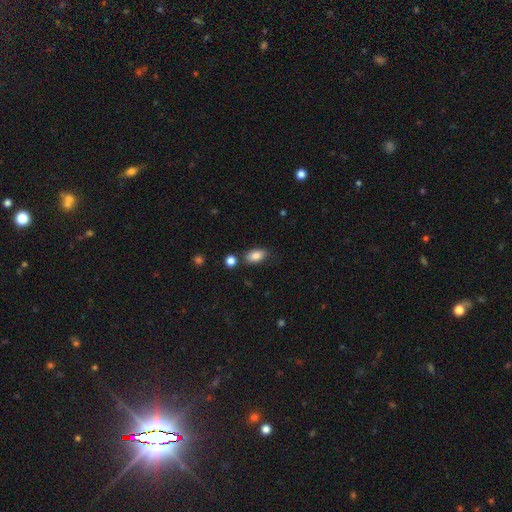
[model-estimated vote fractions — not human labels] smooth_or_featured: smooth (p=0.84) [alt: star or artifact p=0.08]
how_rounded: in between (p=0.91) [alt: round p=0.06]
merging: none (p=0.74) [alt: minor disturbance p=0.16]